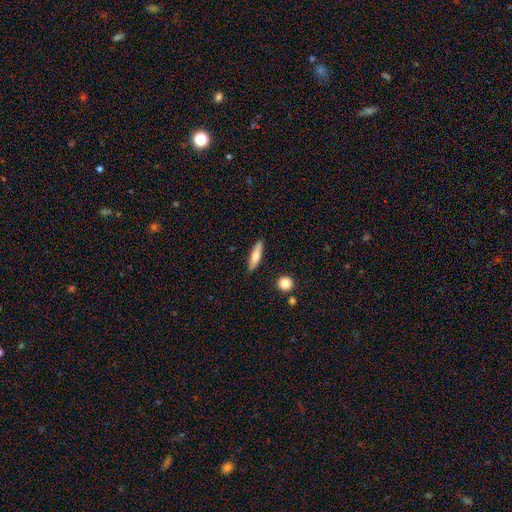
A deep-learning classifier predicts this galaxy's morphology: The model was most divided on "how rounded": cigar-shaped: 74%, in between: 24%, round: 2%. More confident: merging — none (87%); smooth or featured — smooth (72%).